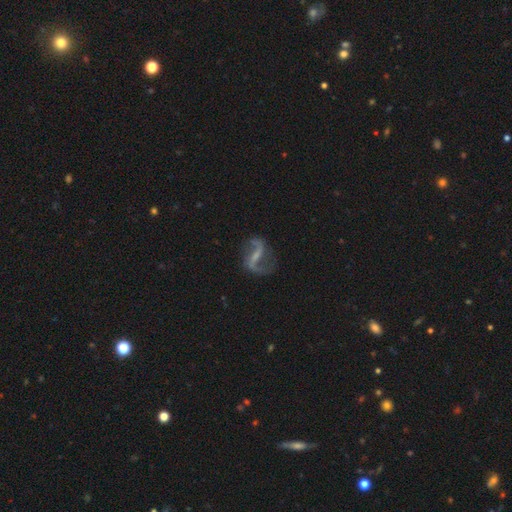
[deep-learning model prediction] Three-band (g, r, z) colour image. It shows a featured or disk galaxy (87%) with a strong bar (50%), 2 (92%) loose (71%) spiral arms (94%) and no central bulge (42%). Merging: none (73%).